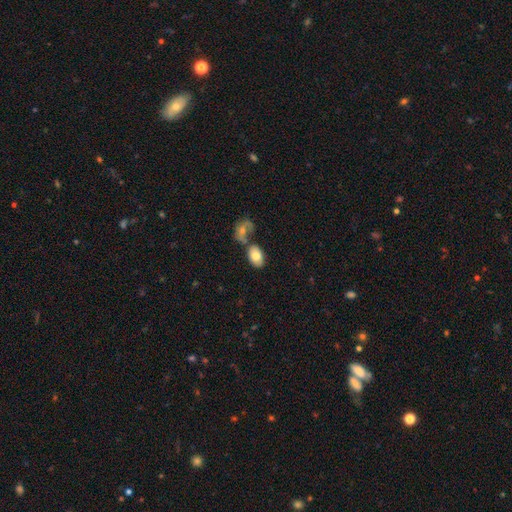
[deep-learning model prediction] Smooth or featured? smooth (78%)
How rounded? in between (91%)
Merging? none (44%)